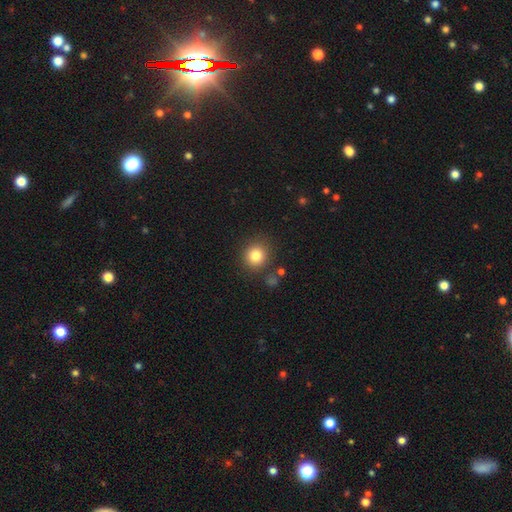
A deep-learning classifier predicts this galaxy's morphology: A smooth galaxy with no disk features (83%) that is round (88%).

Vote fractions:
- Smooth or featured? smooth: 83% / star or artifact: 11% / featured or disk: 6%
- How rounded? round: 88% / in between: 12% / cigar-shaped: 1%
- Merging? none: 84% / minor disturbance: 9% / merger: 4% / major disturbance: 3%